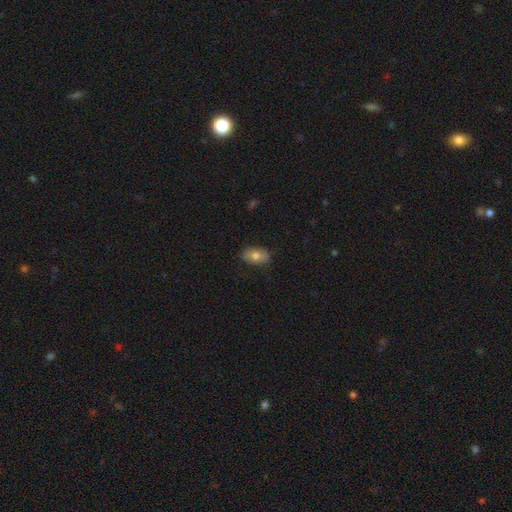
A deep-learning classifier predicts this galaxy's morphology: Overall: smooth (75%). How rounded: in between (89%). Merging: none (84%).